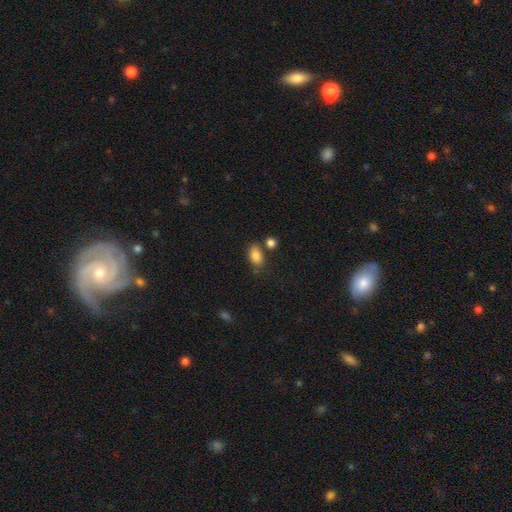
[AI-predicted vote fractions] Morphology: type=smooth (85%); roundness=in between (87%); merging=none (65%).